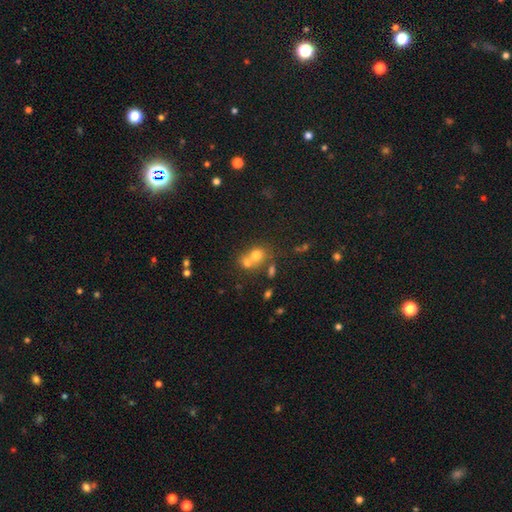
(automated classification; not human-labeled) Smooth or featured? Predicted: smooth (p=0.70). How rounded? Predicted: round (p=0.68). Merging? Predicted: merger (p=0.57).